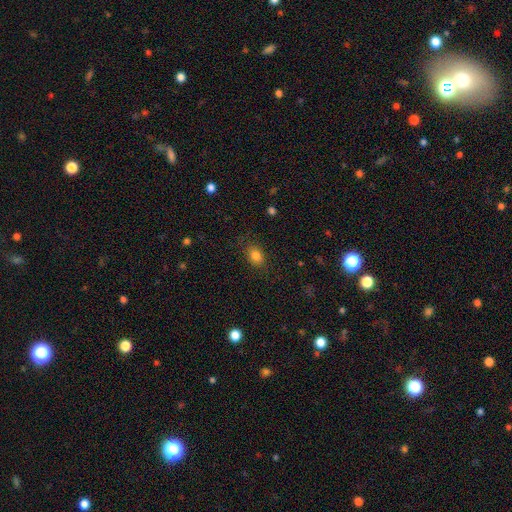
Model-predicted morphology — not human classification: smooth 83%, star or artifact 11%, featured or disk 6%. Down the decision tree: how rounded — in between (69%); merging — none (83%).